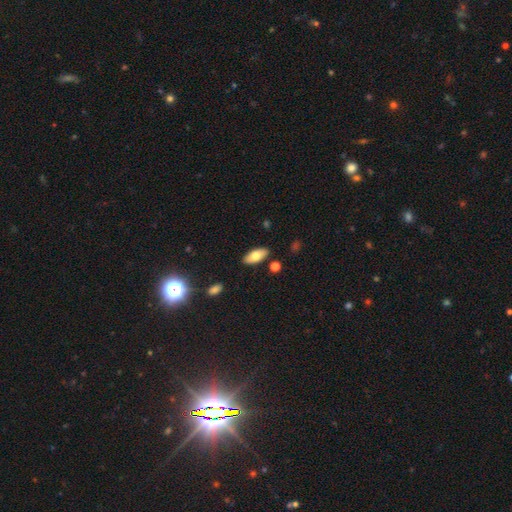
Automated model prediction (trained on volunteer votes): Smooth or featured? smooth (74%)
How rounded? in between (88%)
Merging? none (86%)